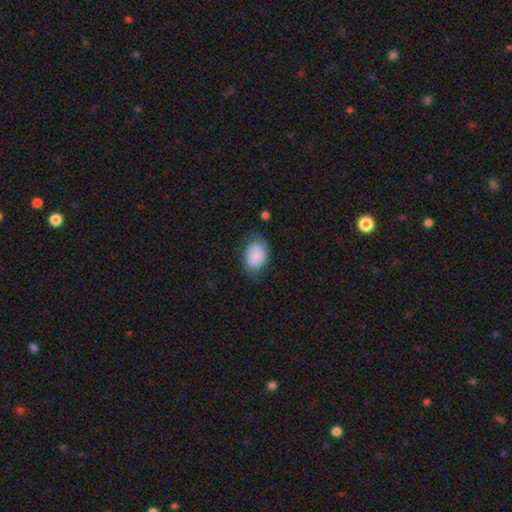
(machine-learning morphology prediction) Q: Smooth or featured?
A: smooth (86%); runner-up: featured or disk (8%)
Q: How rounded?
A: in between (82%); runner-up: round (17%)
Q: Merging?
A: none (66%); runner-up: minor disturbance (25%)